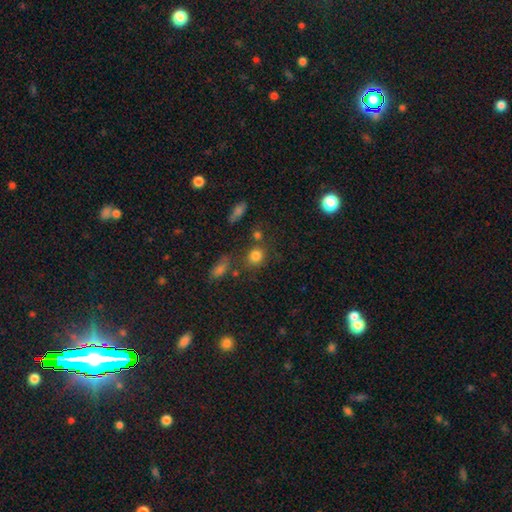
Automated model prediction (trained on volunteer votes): The model was most divided on "merging": none: 67%, minor disturbance: 14%, merger: 13%, major disturbance: 6%. More confident: smooth or featured — smooth (80%); how rounded — round (76%).